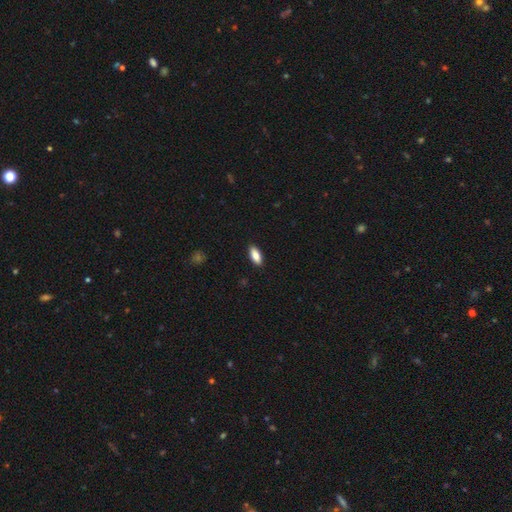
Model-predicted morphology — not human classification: A smooth galaxy with no disk features (83%) that is in between round and cigar-shaped (83%). Merging: none (89%).